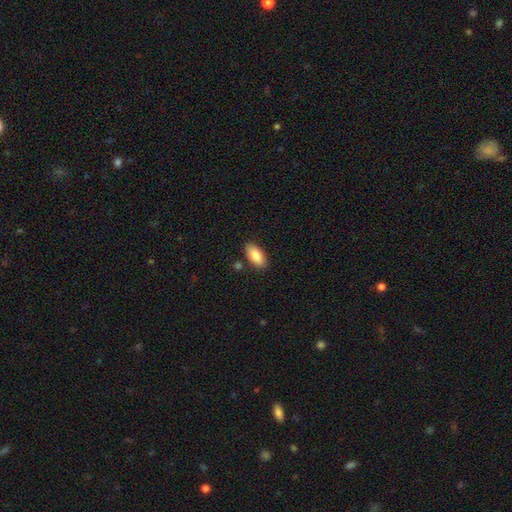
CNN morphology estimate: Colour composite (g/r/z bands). It shows a smooth galaxy with no disk features (87%) that is in between round and cigar-shaped (92%). Merging: none (84%).